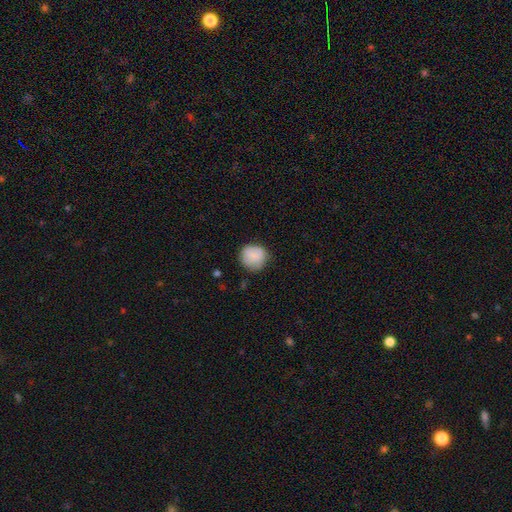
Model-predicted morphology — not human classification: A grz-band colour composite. It shows a smooth galaxy with no disk features (84%) that is round (89%). Merging: none (76%).